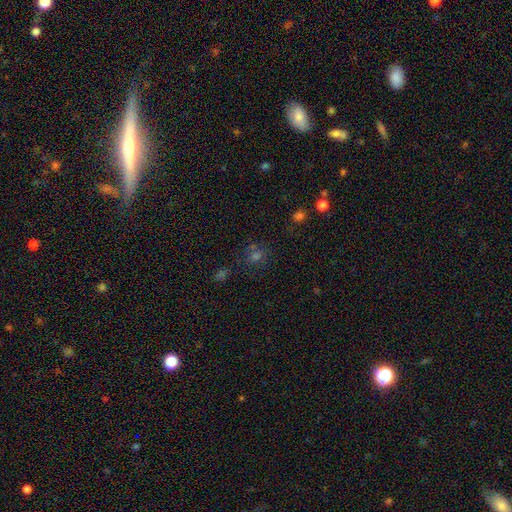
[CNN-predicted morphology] smooth-or-featured: smooth: 45% | star or artifact: 43% | featured or disk: 13%
  merging: none: 69% | minor disturbance: 13% | merger: 10% | major disturbance: 7%